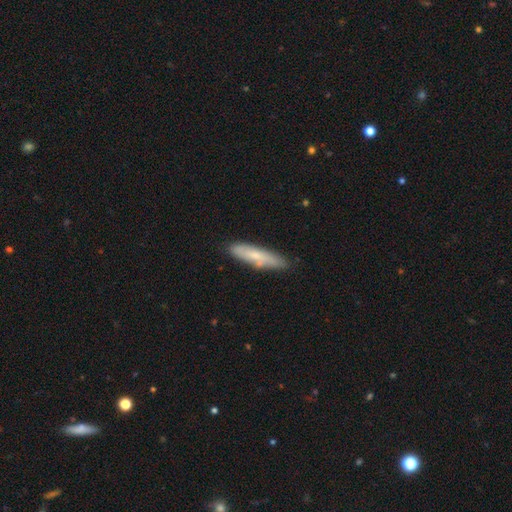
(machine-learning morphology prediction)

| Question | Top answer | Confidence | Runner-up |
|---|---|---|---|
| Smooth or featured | smooth | 64% | featured or disk (30%) |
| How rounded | cigar-shaped | 76% | in between (23%) |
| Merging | none | 79% | minor disturbance (16%) |